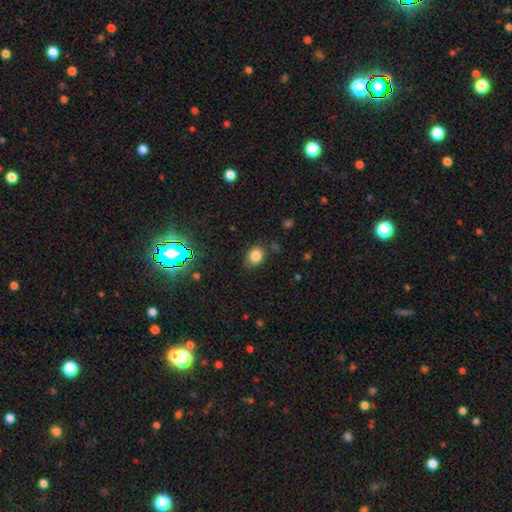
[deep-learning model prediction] This appears to be a smooth galaxy with no disk features (81%) that is in between round and cigar-shaped (55%). Merging: none (75%).